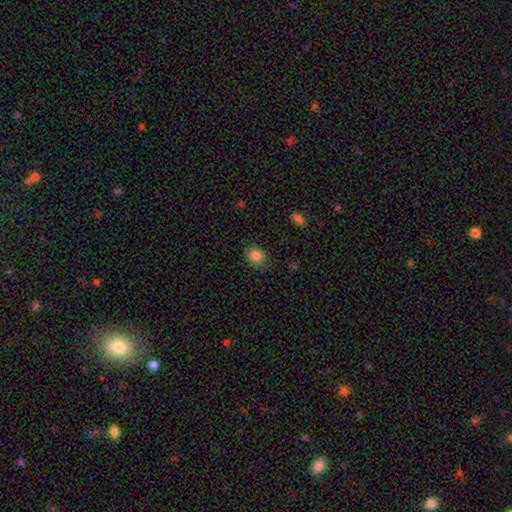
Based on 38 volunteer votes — Smooth or featured: smooth — 89% (featured or disk — 8%)
How rounded: in between — 53% (round — 47%)
Merging: none — 84% (minor disturbance — 8%)